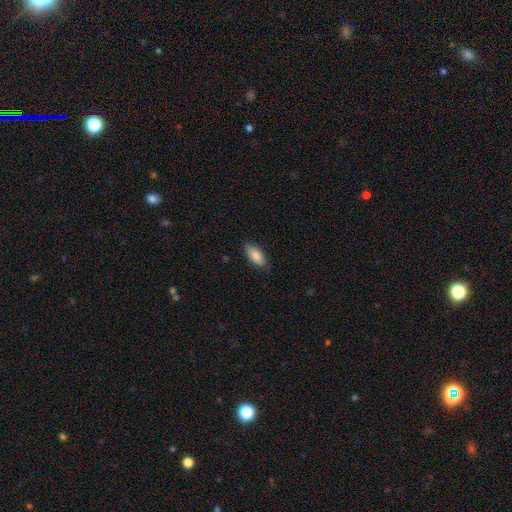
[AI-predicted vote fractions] Overall: smooth (85%). How rounded: in between (84%). Merging: none (82%).